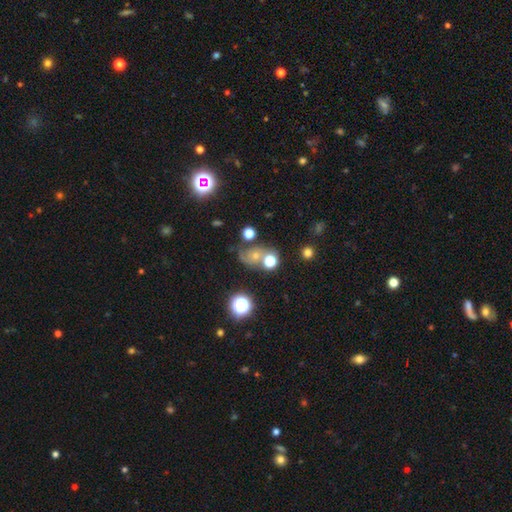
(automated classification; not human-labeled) Smooth or featured? Predicted: smooth (p=0.39). Merging? Predicted: none (p=0.43).